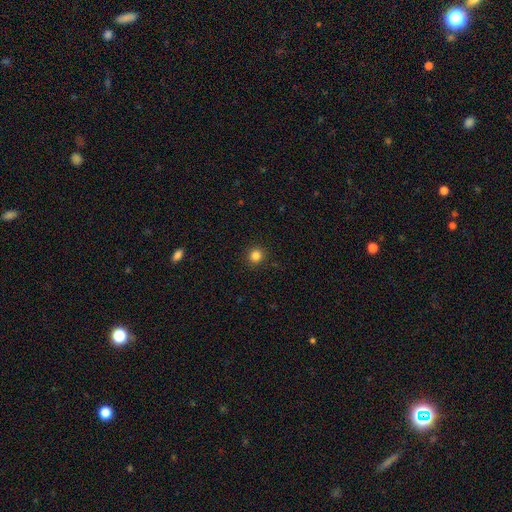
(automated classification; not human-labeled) Smooth or featured: smooth — 84% (star or artifact — 12%)
How rounded: round — 94% (in between — 6%)
Merging: none — 92% (minor disturbance — 5%)